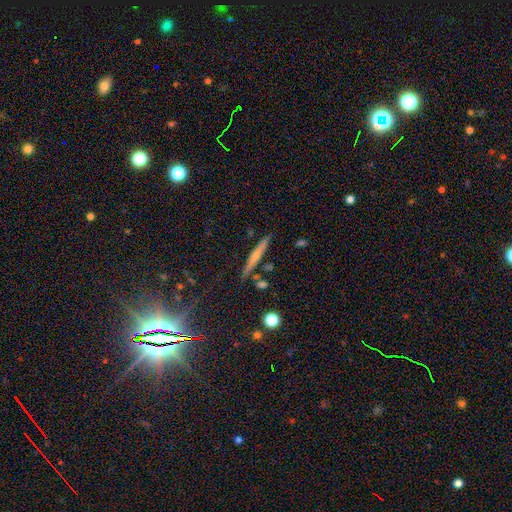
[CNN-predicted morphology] Smooth or featured: featured or disk — 49% (smooth — 43%)
Merging: none — 83% (minor disturbance — 10%)